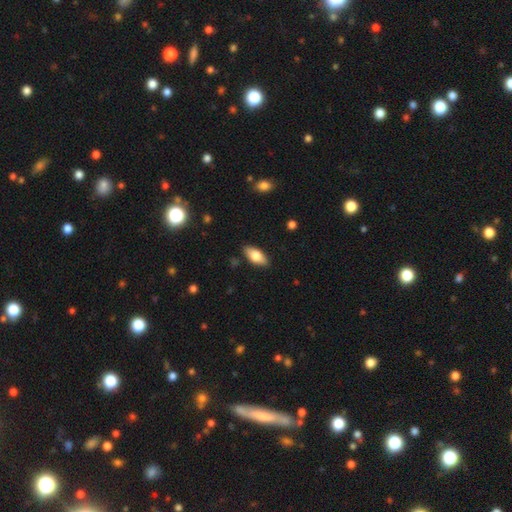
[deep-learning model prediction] Smooth or featured: smooth — 72% (featured or disk — 22%)
How rounded: in between — 86% (cigar-shaped — 11%)
Merging: none — 87% (minor disturbance — 10%)